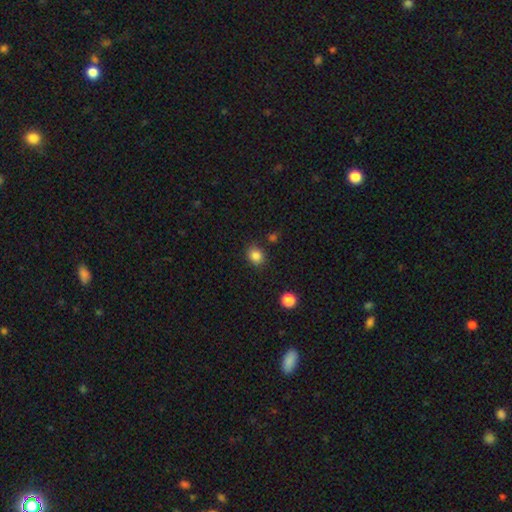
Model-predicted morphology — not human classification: Q: Smooth or featured?
A: smooth (85%); runner-up: star or artifact (11%)
Q: How rounded?
A: round (60%); runner-up: in between (39%)
Q: Merging?
A: none (83%); runner-up: minor disturbance (11%)